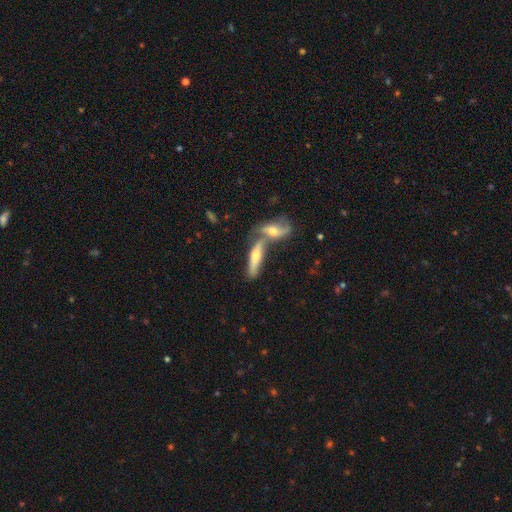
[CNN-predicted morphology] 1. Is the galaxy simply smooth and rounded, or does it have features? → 51% featured or disk, 42% smooth, 7% star or artifact.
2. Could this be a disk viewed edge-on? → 69% yes, 31% no.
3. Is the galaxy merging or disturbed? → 53% merger, 34% none, 9% minor disturbance, 4% major disturbance.